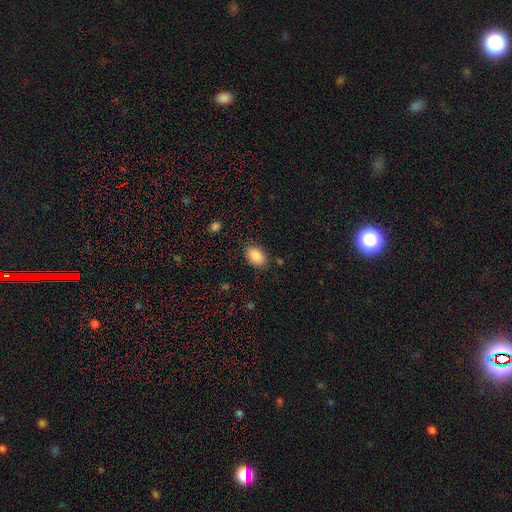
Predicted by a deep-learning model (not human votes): smooth_or_featured: smooth (p=0.87) [alt: star or artifact p=0.08]
how_rounded: in between (p=0.86) [alt: round p=0.13]
merging: none (p=0.83) [alt: minor disturbance p=0.12]